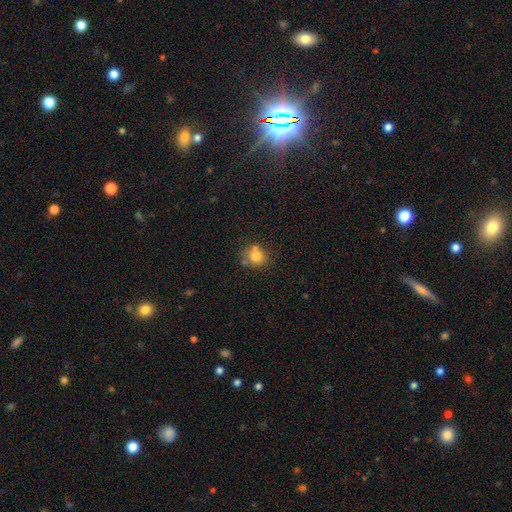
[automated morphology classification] type=smooth (78%); roundness=round (81%); merging=none (59%).